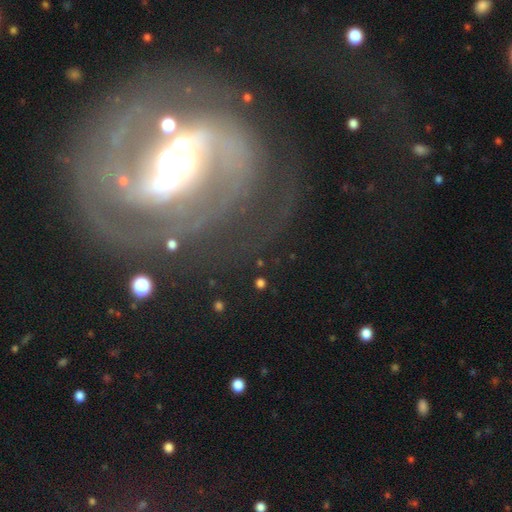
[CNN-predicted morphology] Smooth or featured? Predicted: featured or disk (p=0.88). Edge-on disk? Predicted: no (p=0.97). Bar? Predicted: strong (p=0.51). Spiral arms? Predicted: yes (p=0.93). Spiral winding? Predicted: medium (p=0.47). Spiral arm count? Predicted: 2 (p=0.77). Bulge size? Predicted: moderate (p=0.52). Merging? Predicted: none (p=0.67).